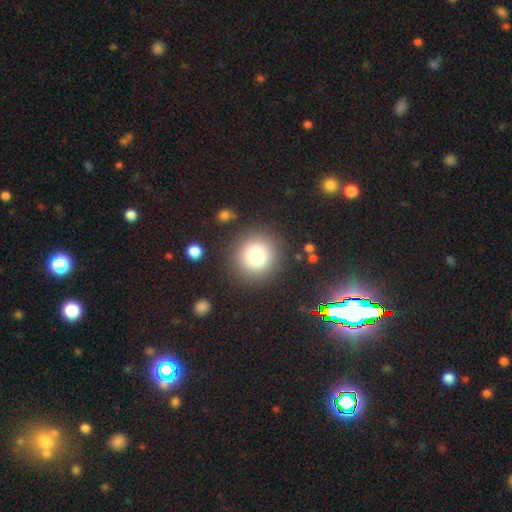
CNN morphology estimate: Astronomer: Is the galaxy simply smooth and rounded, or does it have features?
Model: smooth — 80%.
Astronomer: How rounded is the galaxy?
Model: round — 93%.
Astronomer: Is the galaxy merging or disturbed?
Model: none — 87%.